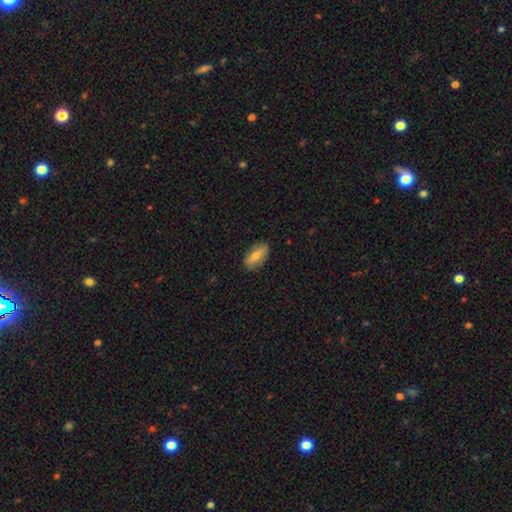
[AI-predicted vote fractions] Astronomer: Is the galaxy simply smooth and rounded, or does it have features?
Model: smooth — 63%.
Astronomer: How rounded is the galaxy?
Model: in between — 83%.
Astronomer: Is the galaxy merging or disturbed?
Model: none — 85%.